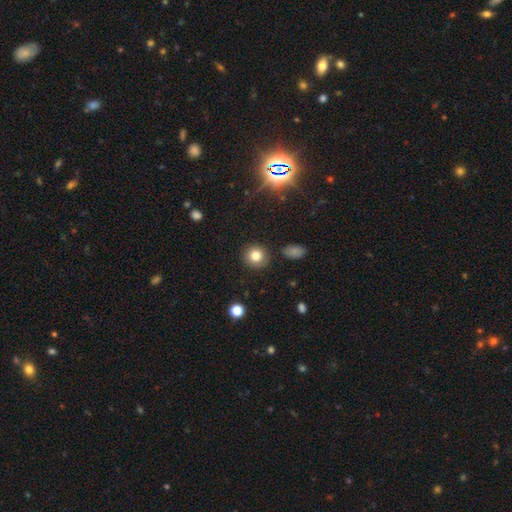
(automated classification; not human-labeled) A smooth galaxy with no disk features (81%) that is round (89%). Merging: none (87%).